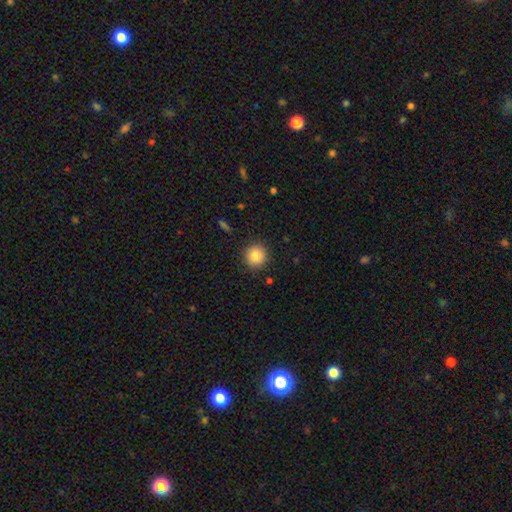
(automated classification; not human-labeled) Smooth or featured: smooth — 84% (star or artifact — 9%)
How rounded: round — 93% (in between — 6%)
Merging: none — 89% (minor disturbance — 7%)